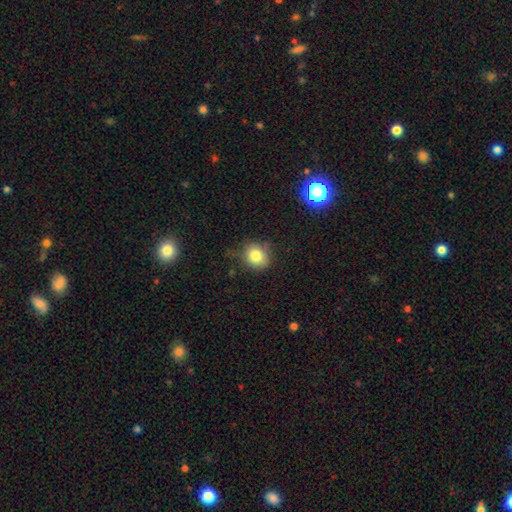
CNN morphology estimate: Overall: smooth (81%). How rounded: round (75%). Merging: none (69%).